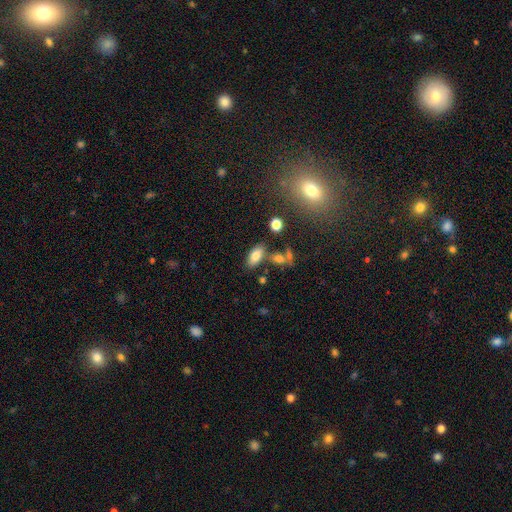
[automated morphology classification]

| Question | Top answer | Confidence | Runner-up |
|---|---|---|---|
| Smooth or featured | smooth | 78% | featured or disk (13%) |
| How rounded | in between | 89% | cigar-shaped (7%) |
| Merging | none | 72% | minor disturbance (12%) |